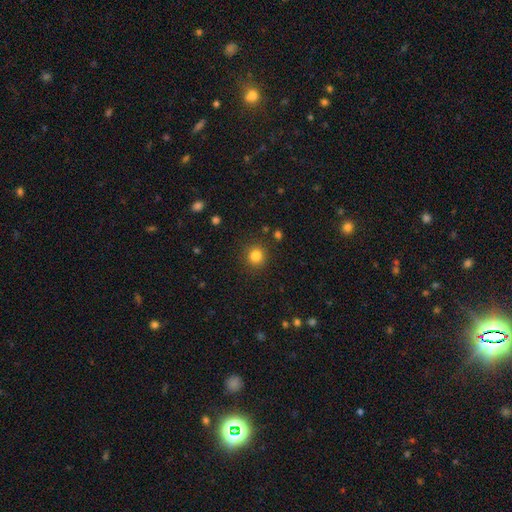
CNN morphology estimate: Smooth or featured? smooth (83%)
How rounded? round (91%)
Merging? none (89%)